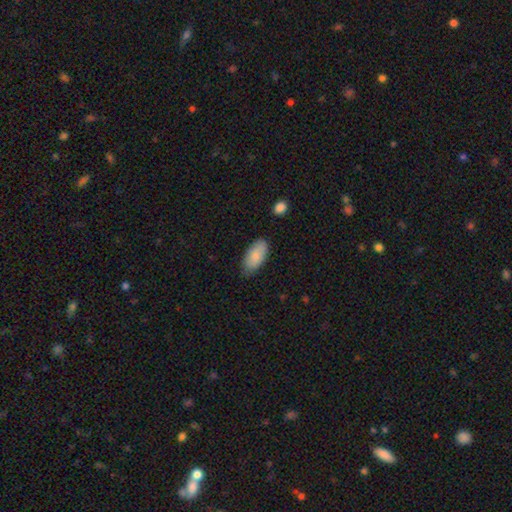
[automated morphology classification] Smooth or featured? Predicted: smooth (p=0.83). How rounded? Predicted: in between (p=0.93). Merging? Predicted: none (p=0.77).